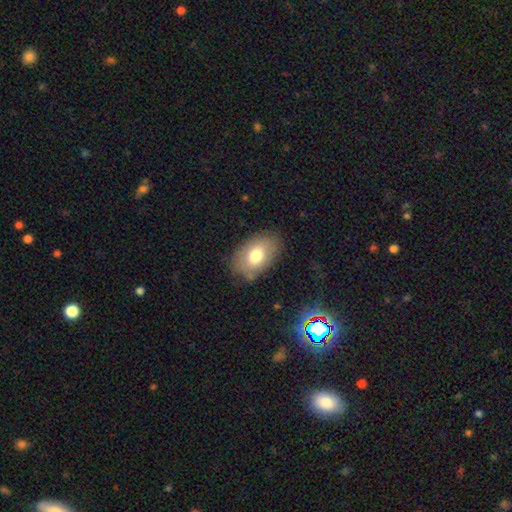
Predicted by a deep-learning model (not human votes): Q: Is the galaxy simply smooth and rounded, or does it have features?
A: smooth — 74%.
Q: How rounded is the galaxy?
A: in between — 88%.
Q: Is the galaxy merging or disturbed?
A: none — 78%.